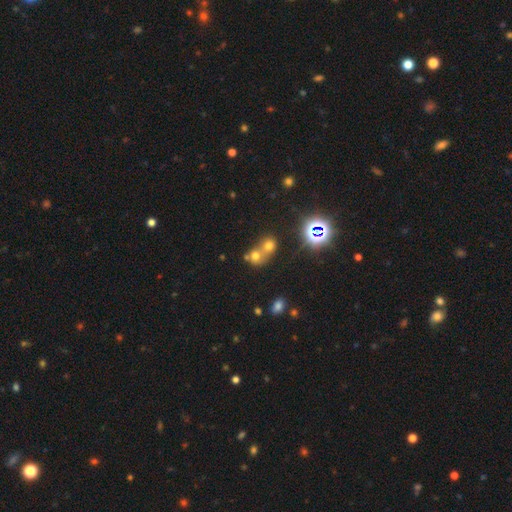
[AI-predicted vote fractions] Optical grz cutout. It shows a smooth galaxy with no disk features (51%) that is round (74%). Merging: merger (61%).